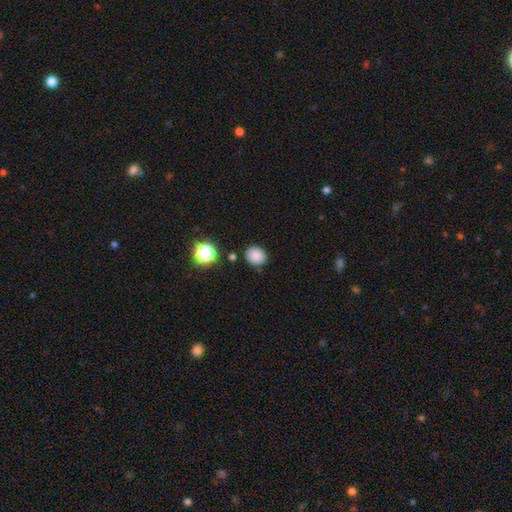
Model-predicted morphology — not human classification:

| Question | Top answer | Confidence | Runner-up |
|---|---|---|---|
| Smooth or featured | smooth | 84% | star or artifact (12%) |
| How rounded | round | 72% | in between (27%) |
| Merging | none | 86% | minor disturbance (9%) |